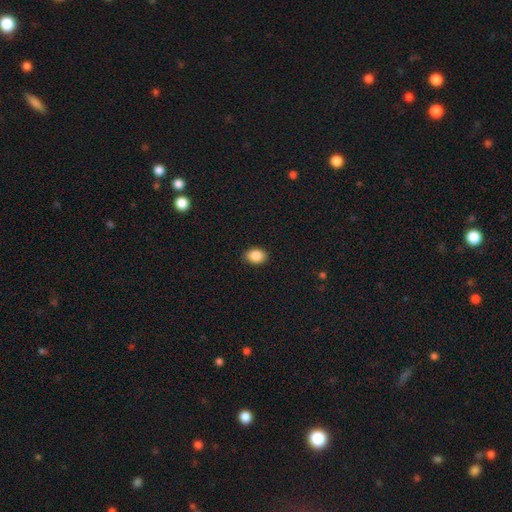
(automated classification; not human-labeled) smooth_or_featured: smooth (p=0.88) [alt: star or artifact p=0.08]
how_rounded: in between (p=0.72) [alt: round p=0.27]
merging: none (p=0.89) [alt: minor disturbance p=0.08]